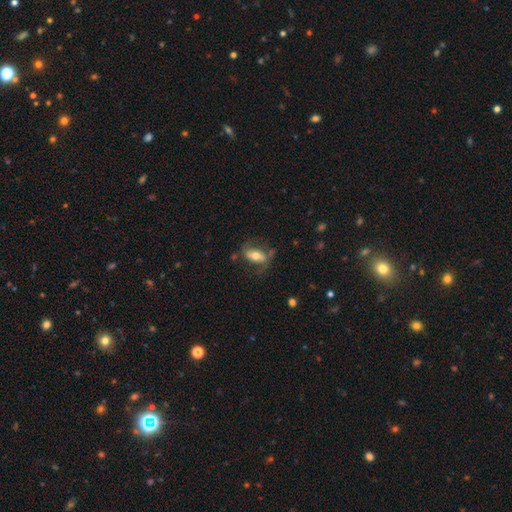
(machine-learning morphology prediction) smooth 51%, featured or disk 42%, star or artifact 7%. Down the decision tree: how rounded — in between (83%); merging — none (54%).